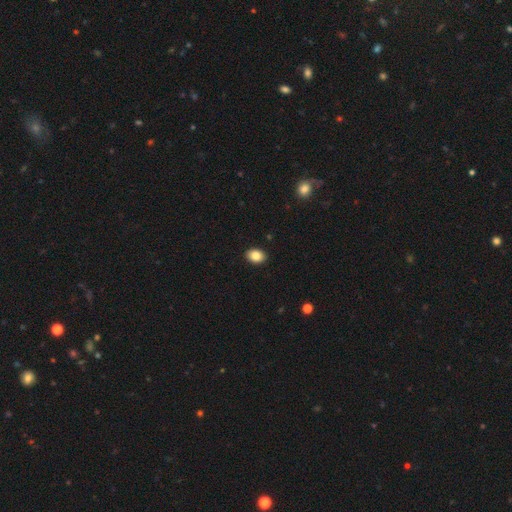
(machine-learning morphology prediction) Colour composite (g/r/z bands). It shows a smooth galaxy with no disk features (86%) that is in between round and cigar-shaped (76%). Merging: none (91%).